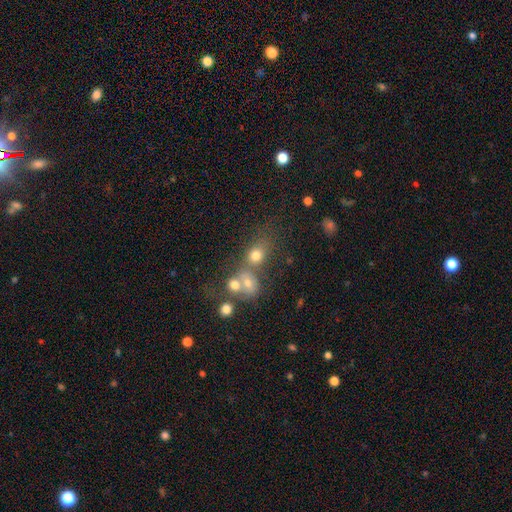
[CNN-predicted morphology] Smooth or featured: smooth — 68% (star or artifact — 17%)
How rounded: round — 55% (in between — 43%)
Merging: merger — 40% (tied with none — 40%)